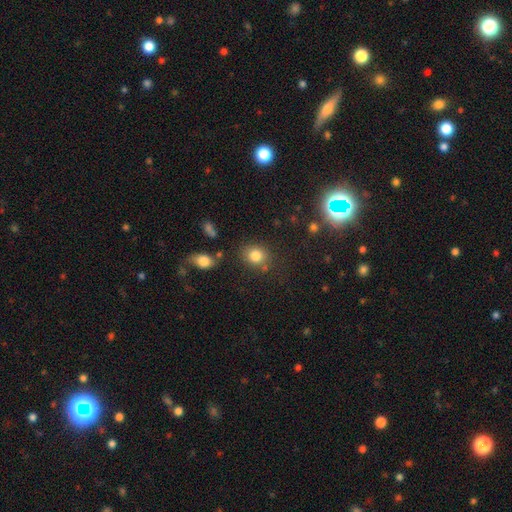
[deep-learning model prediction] Morphology: type=smooth (81%); roundness=round (70%); merging=none (75%).